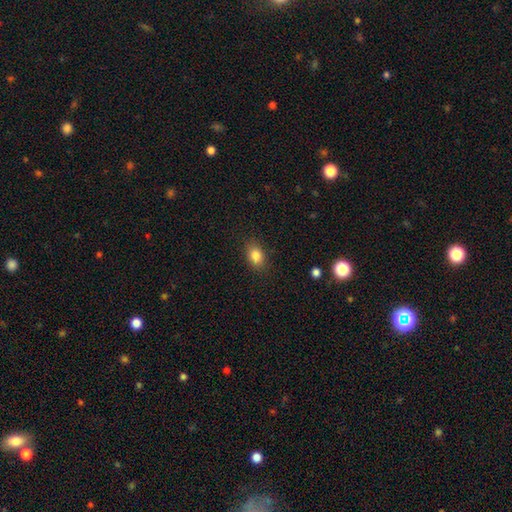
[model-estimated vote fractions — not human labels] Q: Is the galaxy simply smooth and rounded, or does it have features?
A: smooth — 84%.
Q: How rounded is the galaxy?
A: in between — 75%.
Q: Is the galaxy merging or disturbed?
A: none — 87%.